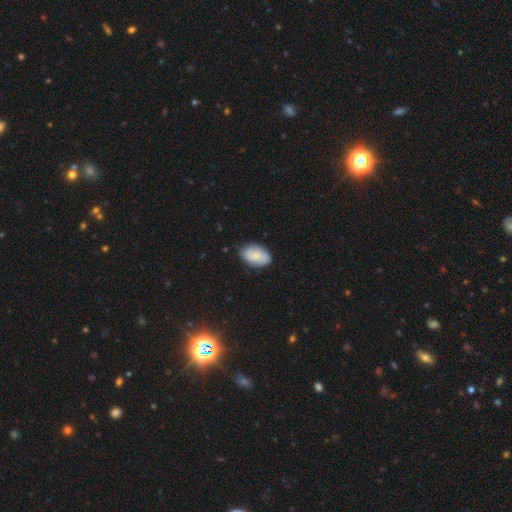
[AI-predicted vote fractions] This is likely a smooth galaxy (75%). How rounded: clearly in between (92%). Merging: likely none (79%).